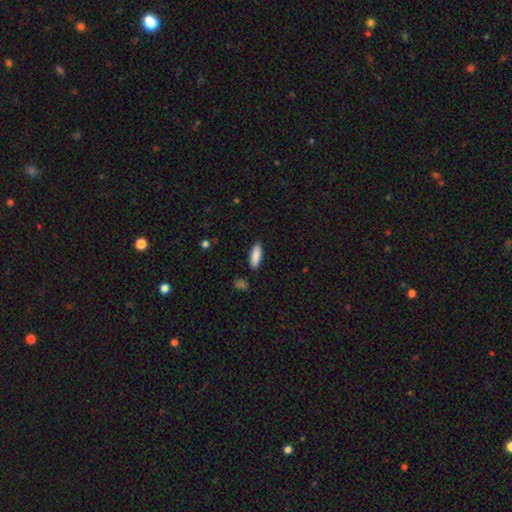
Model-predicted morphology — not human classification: This appears to be a smooth galaxy with no disk features (89%) that is in between round and cigar-shaped (63%). Merging: none (88%).